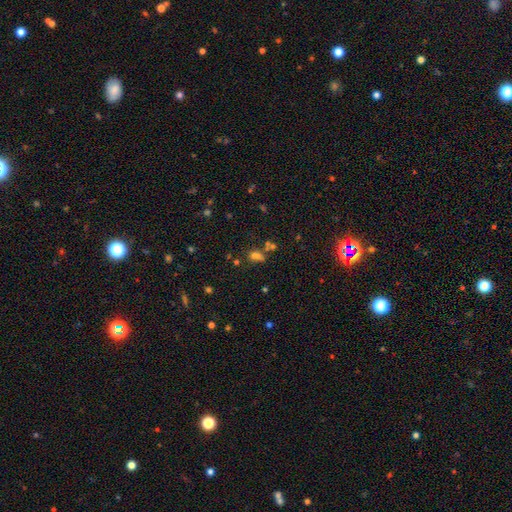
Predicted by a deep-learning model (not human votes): The model was most divided on "smooth or featured": smooth: 57%, star or artifact: 32%, featured or disk: 11%. Remaining: how rounded — in between (63%); merging — none (49%).